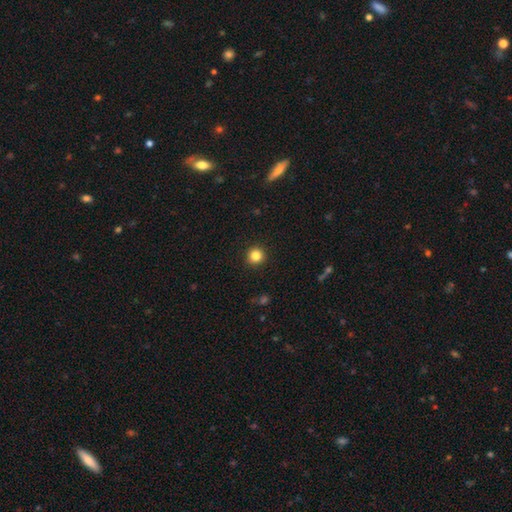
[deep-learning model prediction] The model was most divided on "smooth or featured": smooth: 84%, star or artifact: 11%, featured or disk: 5%. More confident: how rounded — round (95%); merging — none (92%).